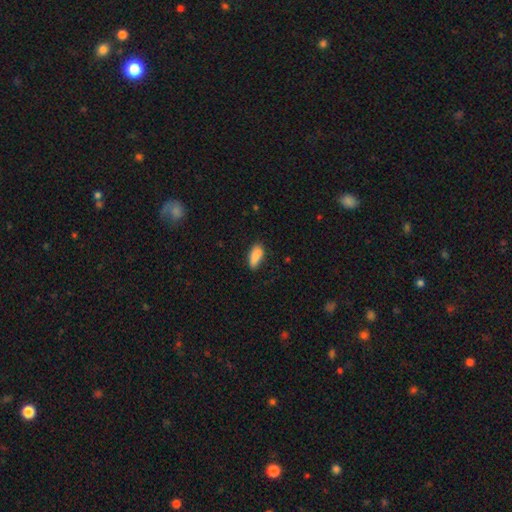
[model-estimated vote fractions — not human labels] Morphology: type=smooth (85%); roundness=in between (76%); merging=none (67%).